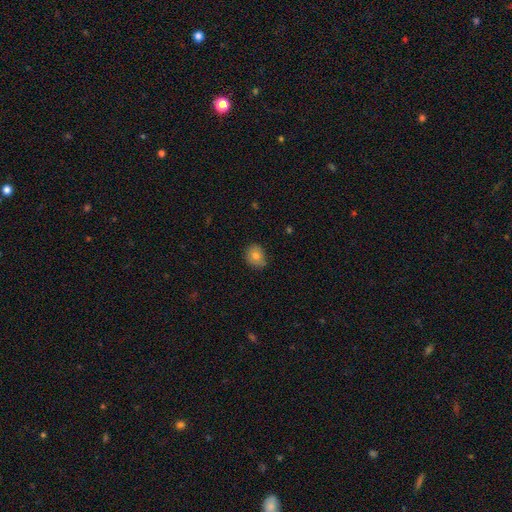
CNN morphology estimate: Q: Smooth or featured?
A: smooth (80%); runner-up: featured or disk (11%)
Q: How rounded?
A: round (58%); runner-up: in between (41%)
Q: Merging?
A: none (78%); runner-up: minor disturbance (18%)